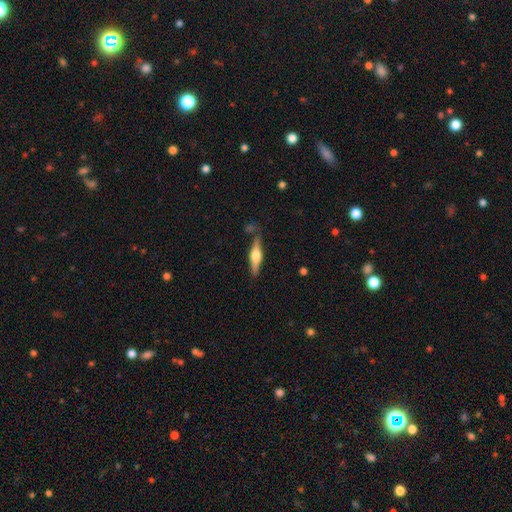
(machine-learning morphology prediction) This appears to be a featured or disk galaxy (62%) viewed edge-on (96%) with a rounded central bulge (90%). Merging: none (79%).